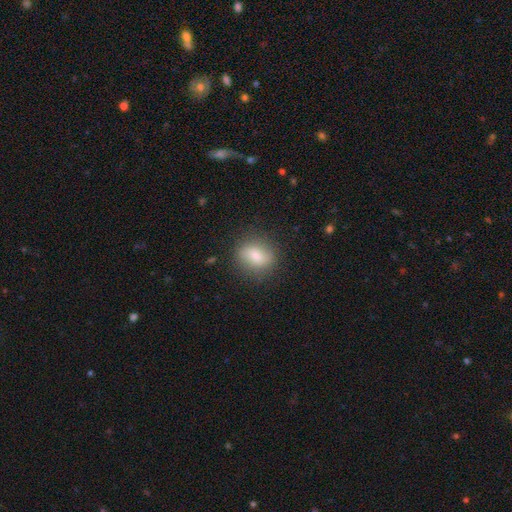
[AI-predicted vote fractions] Q: Smooth or featured?
A: smooth (76%); runner-up: featured or disk (16%)
Q: How rounded?
A: round (57%); runner-up: in between (41%)
Q: Merging?
A: none (83%); runner-up: minor disturbance (12%)